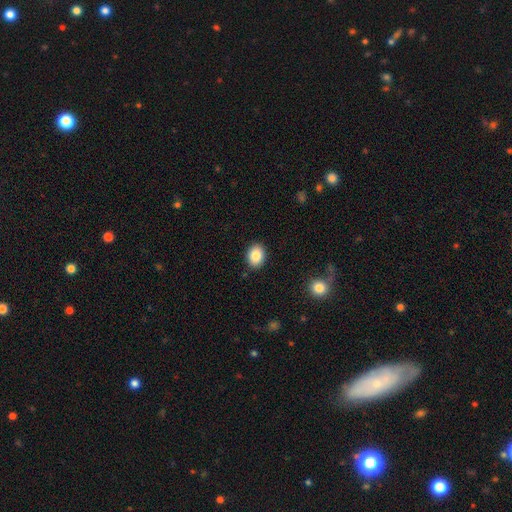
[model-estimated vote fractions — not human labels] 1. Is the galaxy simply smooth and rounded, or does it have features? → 86% smooth, 8% star or artifact, 5% featured or disk.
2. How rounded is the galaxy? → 61% in between, 38% round, 1% cigar-shaped.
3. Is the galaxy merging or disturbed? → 89% none, 8% minor disturbance, 2% major disturbance, 1% merger.